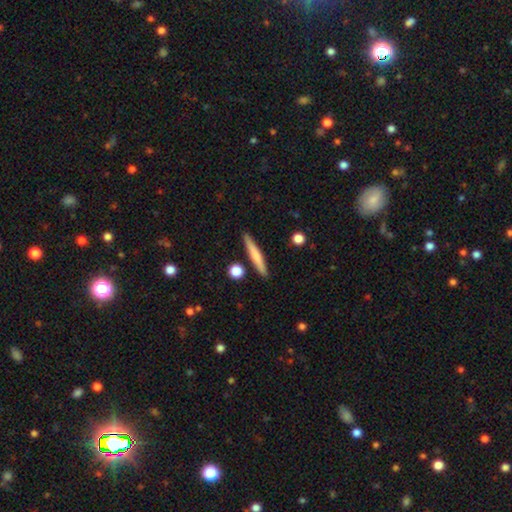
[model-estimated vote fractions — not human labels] Smooth or featured?
  - smooth: 63% *
  - featured or disk: 31%
  - star or artifact: 6%
How rounded?
  - cigar-shaped: 94% *
  - in between: 5%
  - round: 2%
Merging?
  - none: 88% *
  - minor disturbance: 7%
  - merger: 3%
  - major disturbance: 2%